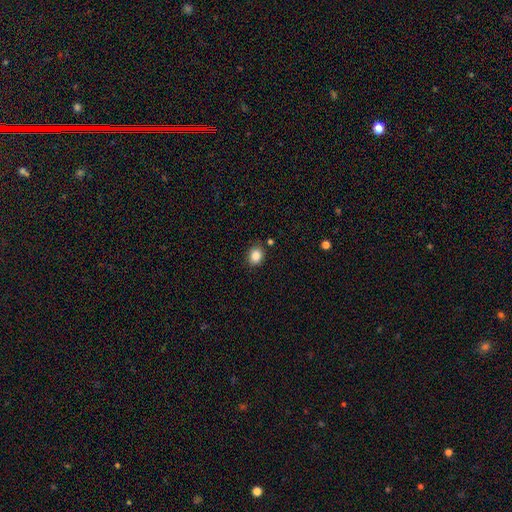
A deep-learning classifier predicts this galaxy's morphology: A smooth galaxy with no disk features (87%) that is round (52%).

Vote fractions:
- Smooth or featured? smooth: 87% / star or artifact: 10% / featured or disk: 4%
- How rounded? round: 52% / in between: 47% / cigar-shaped: 1%
- Merging? none: 83% / minor disturbance: 11% / merger: 3% / major disturbance: 3%